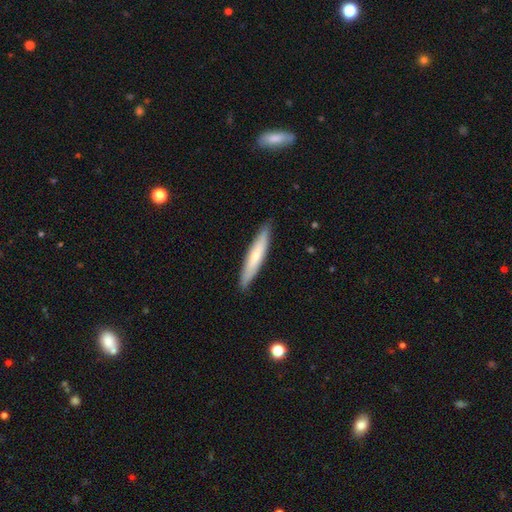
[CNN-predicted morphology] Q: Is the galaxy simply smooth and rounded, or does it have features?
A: smooth — 59%.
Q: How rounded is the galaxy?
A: cigar-shaped — 91%.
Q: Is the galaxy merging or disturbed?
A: none — 88%.